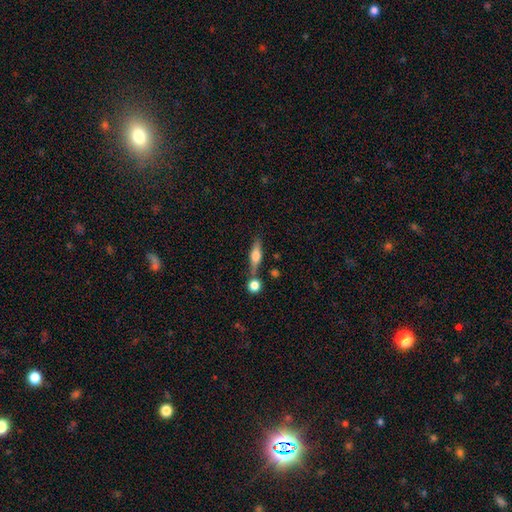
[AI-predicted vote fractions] A featured or disk galaxy (47%). Merging: none (66%).